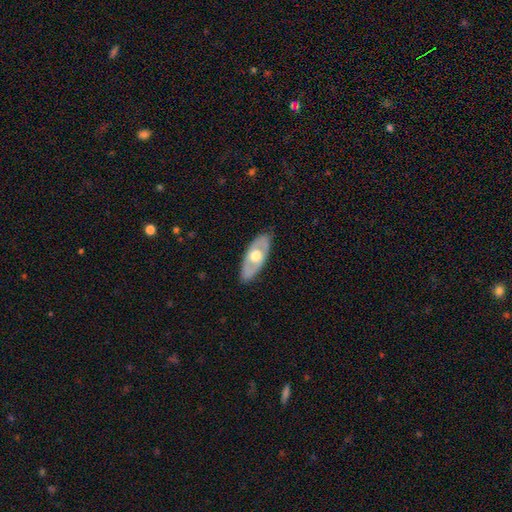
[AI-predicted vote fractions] This is possibly a featured or disk galaxy (51%). It is likely not viewed edge-on (73%). Merging: clearly none (83%).